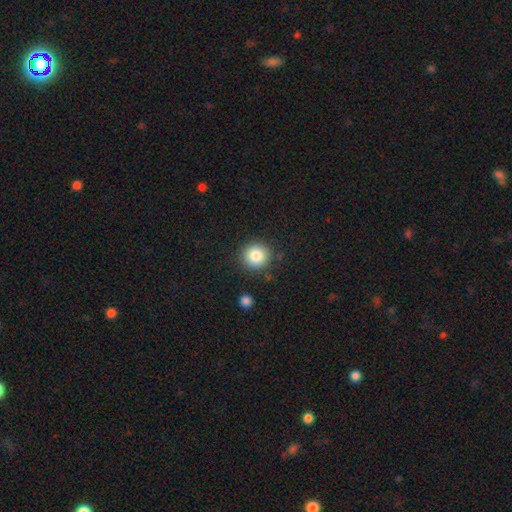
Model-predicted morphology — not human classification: smooth 83%, star or artifact 10%, featured or disk 7%. Down the decision tree: how rounded — round (93%); merging — none (87%).